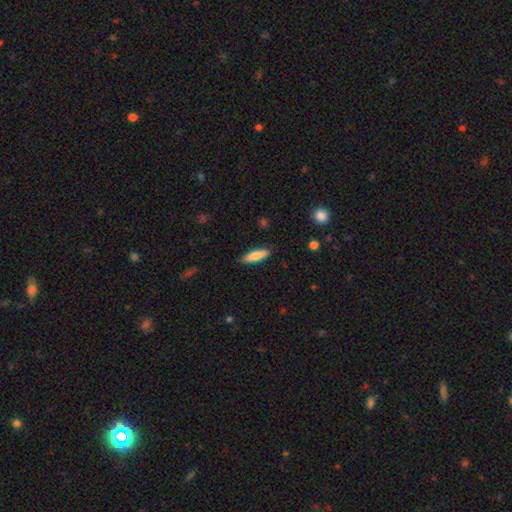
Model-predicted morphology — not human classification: This appears to be a smooth galaxy with no disk features (82%) that is cigar-shaped (68%). Merging: none (88%).